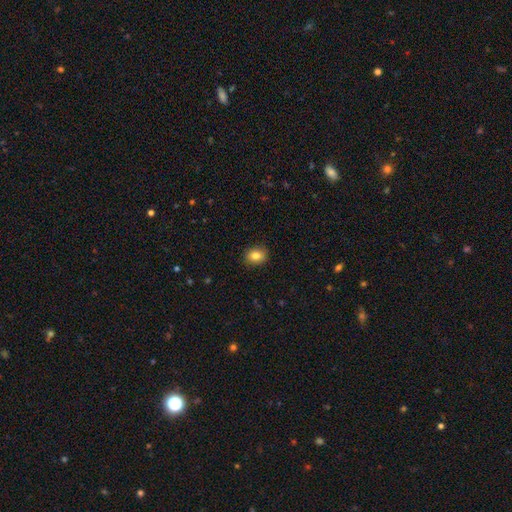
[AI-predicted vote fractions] smooth-or-featured: smooth: 83% | star or artifact: 9% | featured or disk: 7%
  how-rounded: round: 51% | in between: 48% | cigar-shaped: 1%
  merging: none: 89% | minor disturbance: 8% | major disturbance: 2% | merger: 1%